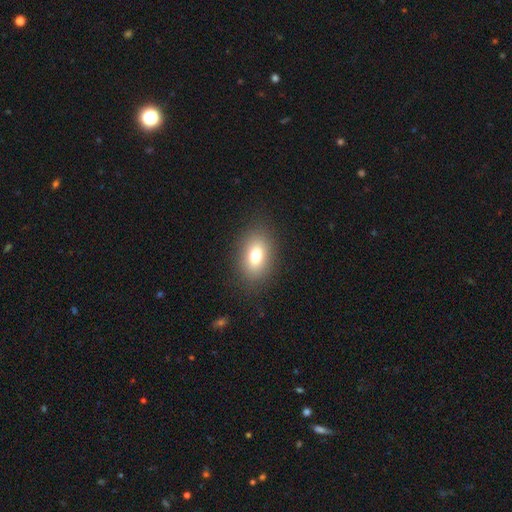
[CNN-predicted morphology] This is likely a smooth galaxy (75%). How rounded: likely in between (77%). Merging: clearly none (85%).